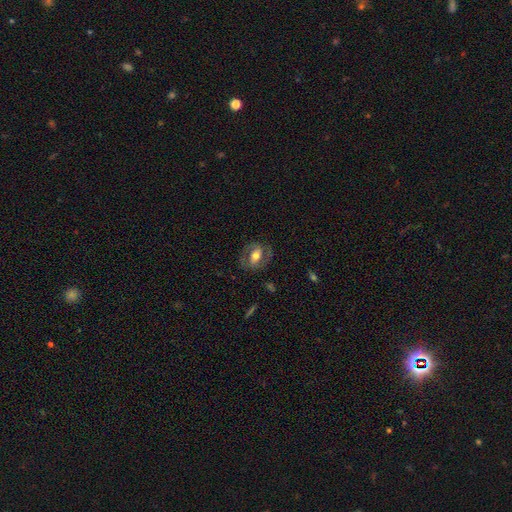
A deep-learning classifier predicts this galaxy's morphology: Overall: featured or disk (61%; smooth 32%). Edge-on disk: no (94%). Bar: no (35%; strong 33%). Spiral arms: yes (64%; no 36%). Bulge size: moderate (66%). Merging: none (73%).